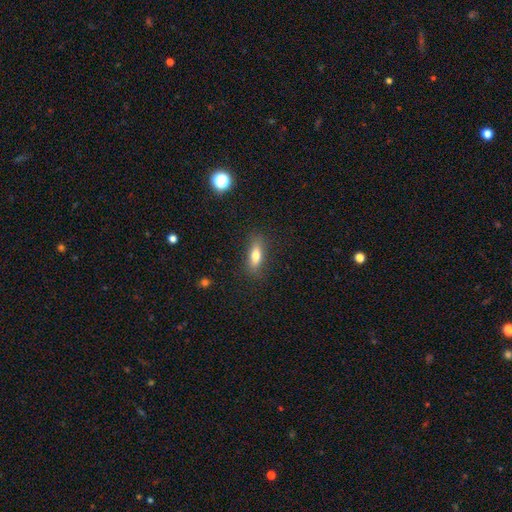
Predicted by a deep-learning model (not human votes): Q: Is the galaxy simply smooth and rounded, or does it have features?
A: smooth — 74%.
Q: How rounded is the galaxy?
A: in between — 60%.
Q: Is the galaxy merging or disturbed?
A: none — 83%.